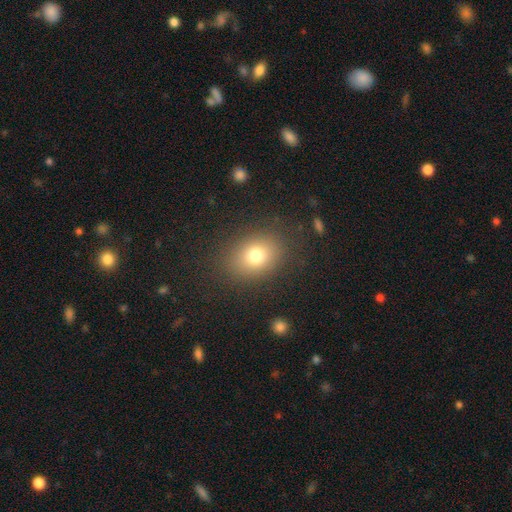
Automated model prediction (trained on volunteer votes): The model was most divided on "how rounded": in between: 53%, round: 46%, cigar-shaped: 1%. More confident: merging — none (84%); smooth or featured — smooth (75%).